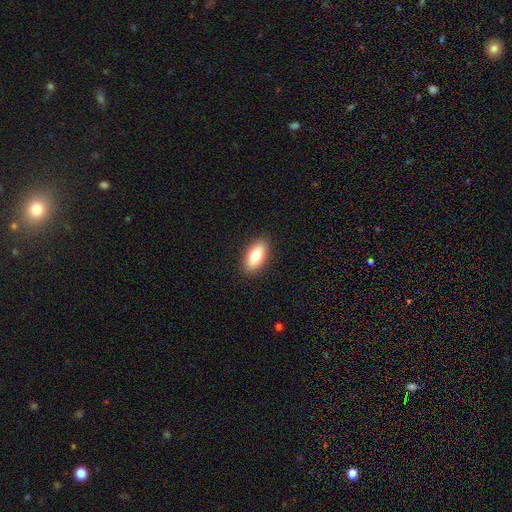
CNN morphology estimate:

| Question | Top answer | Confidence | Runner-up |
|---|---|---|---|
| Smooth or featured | smooth | 78% | featured or disk (15%) |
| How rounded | in between | 88% | cigar-shaped (9%) |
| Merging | none | 90% | minor disturbance (8%) |